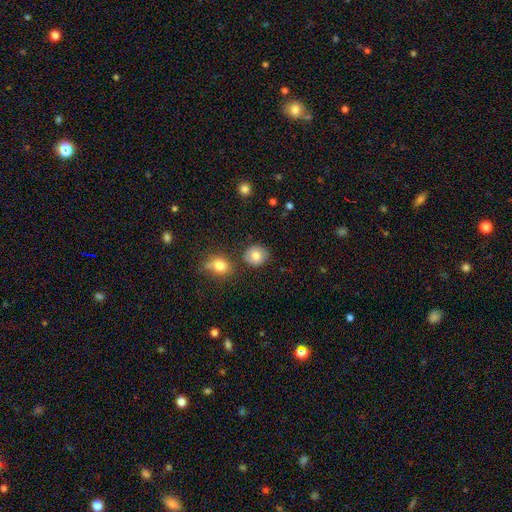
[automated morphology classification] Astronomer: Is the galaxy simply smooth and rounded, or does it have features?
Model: smooth — 81%.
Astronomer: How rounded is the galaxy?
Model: round — 80%.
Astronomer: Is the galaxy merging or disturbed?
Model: none — 80%.